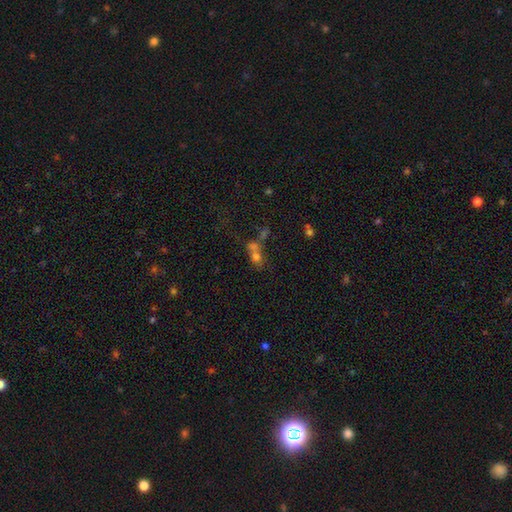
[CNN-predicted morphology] A smooth galaxy with no disk features (55%) that is round (58%). Merging: merger (54%).